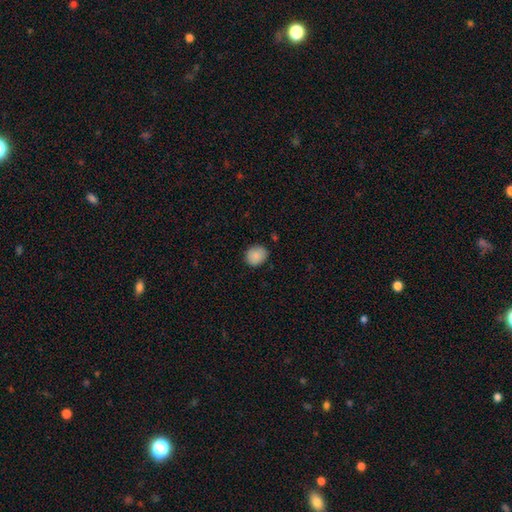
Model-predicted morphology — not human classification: smooth_or_featured: smooth (p=0.88) [alt: star or artifact p=0.08]
how_rounded: round (p=0.69) [alt: in between p=0.30]
merging: none (p=0.83) [alt: minor disturbance p=0.13]